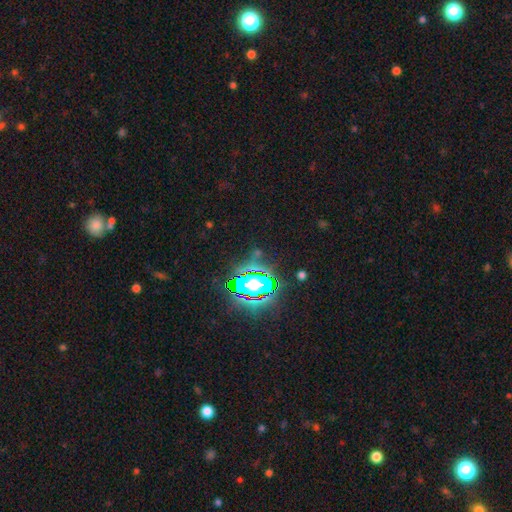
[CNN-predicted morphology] star or artifact 73%, smooth 15%, featured or disk 12%.